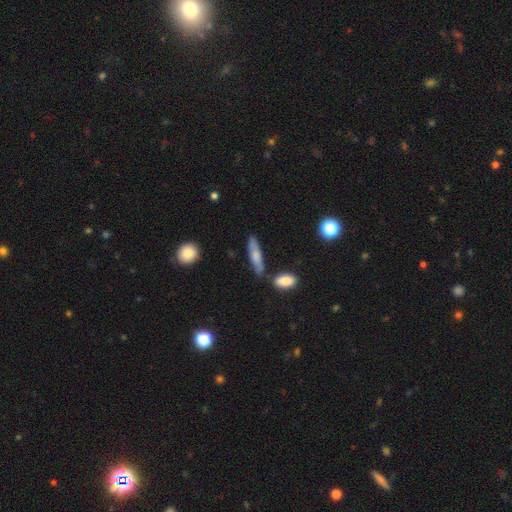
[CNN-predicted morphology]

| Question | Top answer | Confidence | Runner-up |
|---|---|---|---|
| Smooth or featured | smooth | 63% | featured or disk (30%) |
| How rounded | cigar-shaped | 65% | in between (32%) |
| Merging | none | 73% | minor disturbance (16%) |